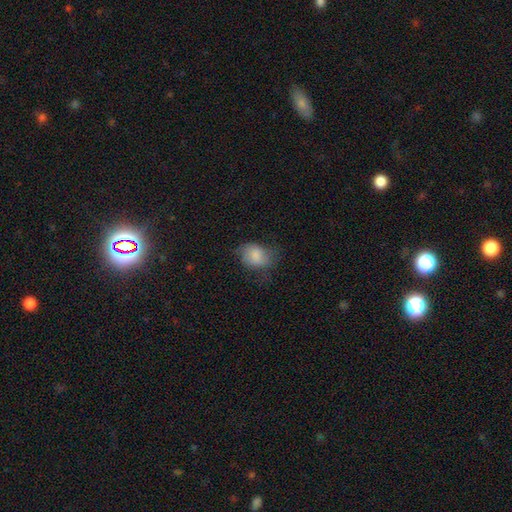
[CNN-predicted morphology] Overall: smooth (77%). How rounded: in between (61%; round 38%). Merging: none (47%; minor disturbance 32%).